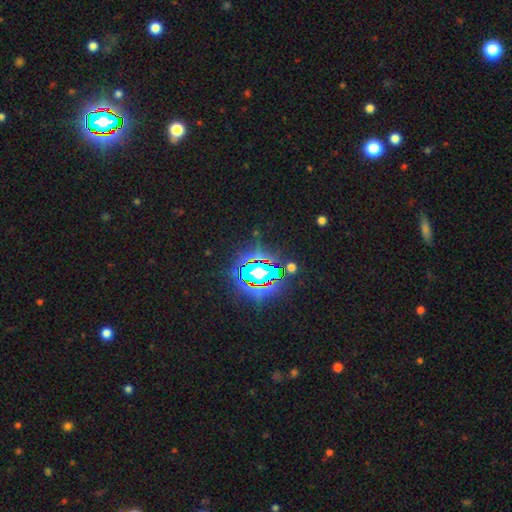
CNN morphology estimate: type=star or artifact (81%).